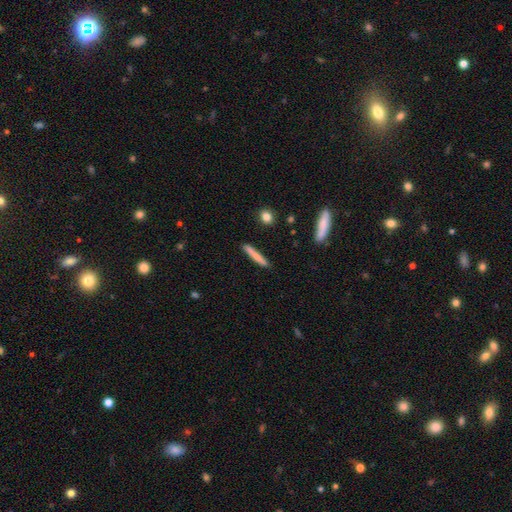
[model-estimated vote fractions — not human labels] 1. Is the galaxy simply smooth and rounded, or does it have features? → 71% smooth, 23% featured or disk, 6% star or artifact.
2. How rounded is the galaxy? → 94% cigar-shaped, 4% in between, 2% round.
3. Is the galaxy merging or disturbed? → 88% none, 9% minor disturbance, 2% merger, 2% major disturbance.